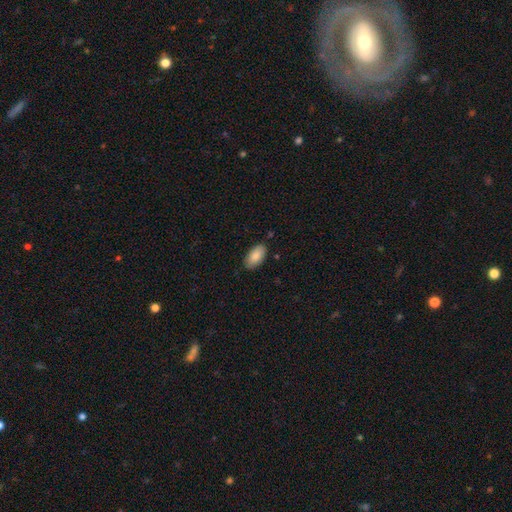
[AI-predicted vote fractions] Overall: smooth (86%). How rounded: in between (95%). Merging: none (85%).